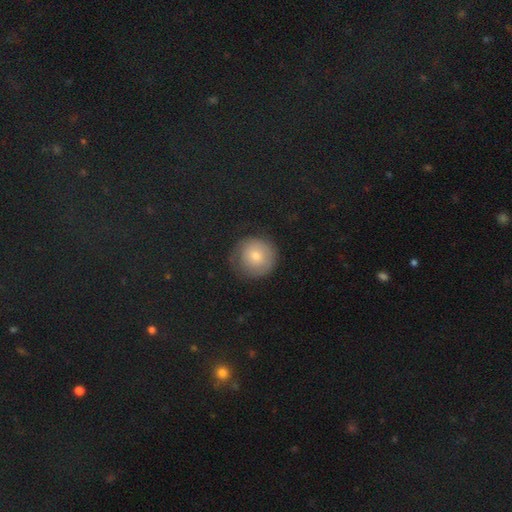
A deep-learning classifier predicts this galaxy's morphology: Overall: smooth (70%). How rounded: round (94%). Merging: none (72%).